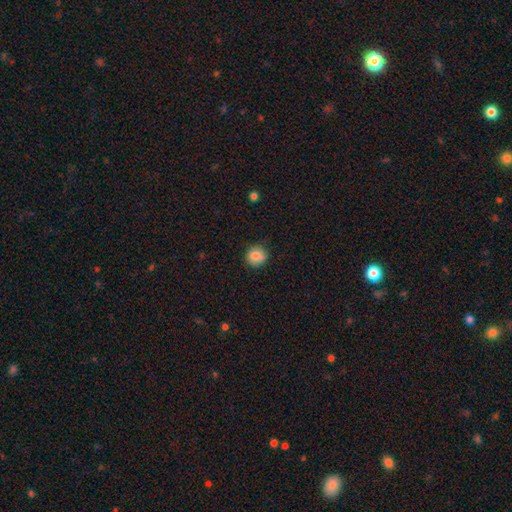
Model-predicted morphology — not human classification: type=smooth (84%); roundness=round (84%); merging=none (84%).